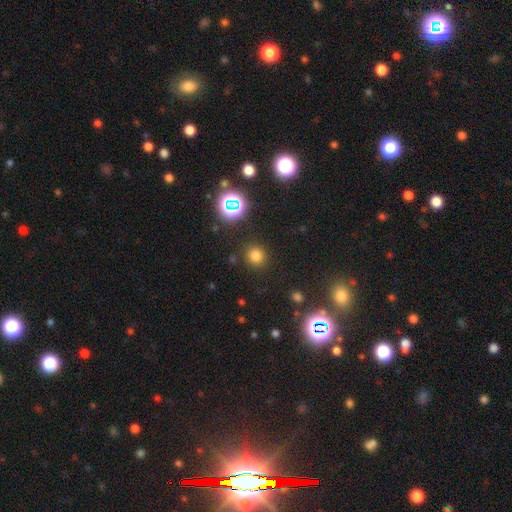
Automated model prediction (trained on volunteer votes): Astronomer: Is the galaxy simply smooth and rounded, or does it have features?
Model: smooth — 74%.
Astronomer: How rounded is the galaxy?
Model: round — 90%.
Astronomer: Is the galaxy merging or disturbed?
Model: none — 87%.